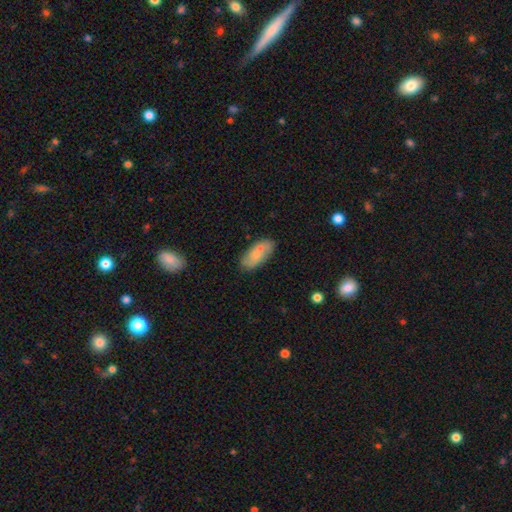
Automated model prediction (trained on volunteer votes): Morphology: type=smooth (67%); roundness=in between (87%); merging=none (65%).